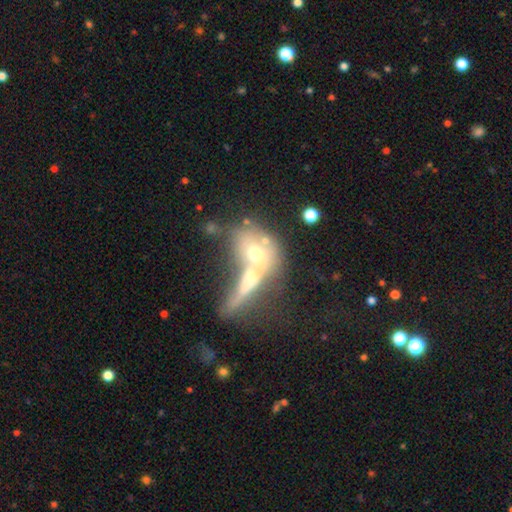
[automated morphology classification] Smooth or featured? smooth (47%)
Merging? merger (60%)